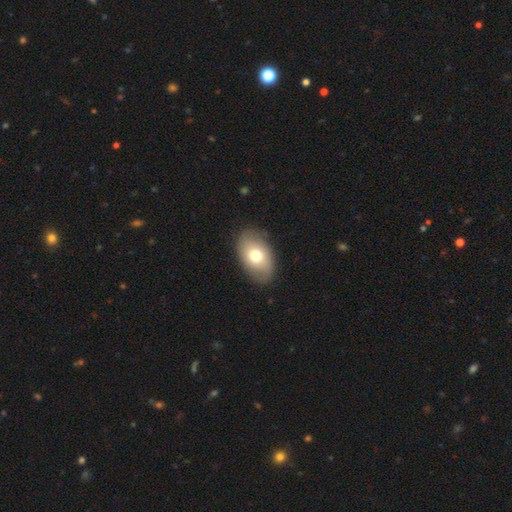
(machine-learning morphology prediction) smooth 69%, featured or disk 24%, star or artifact 7%. Down the decision tree: how rounded — in between (88%); merging — none (82%).